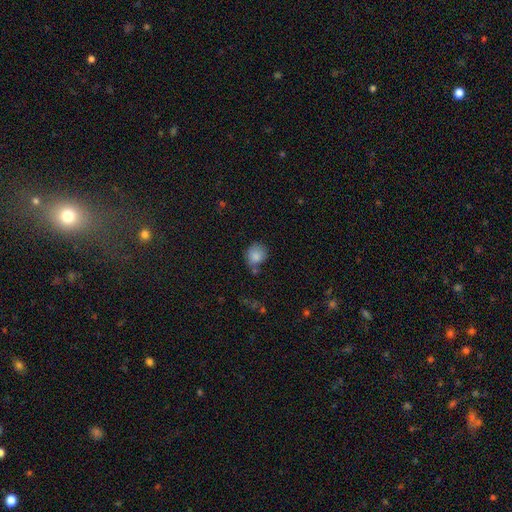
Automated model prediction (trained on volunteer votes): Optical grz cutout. It shows a smooth galaxy with no disk features (85%) that is round (79%). Merging: none (62%).